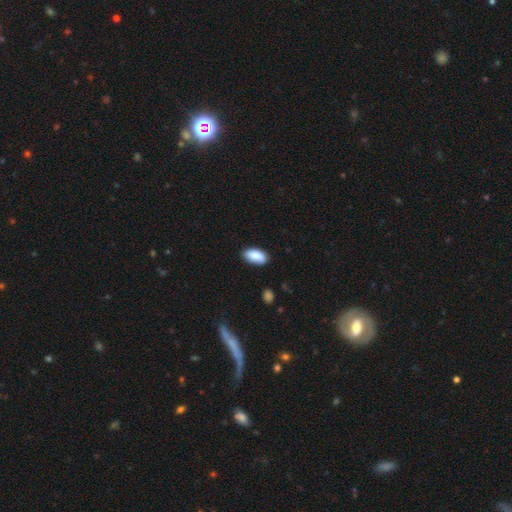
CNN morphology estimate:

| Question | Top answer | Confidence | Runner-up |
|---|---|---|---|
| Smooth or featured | smooth | 87% | star or artifact (7%) |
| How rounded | in between | 94% | cigar-shaped (3%) |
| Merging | none | 83% | minor disturbance (13%) |